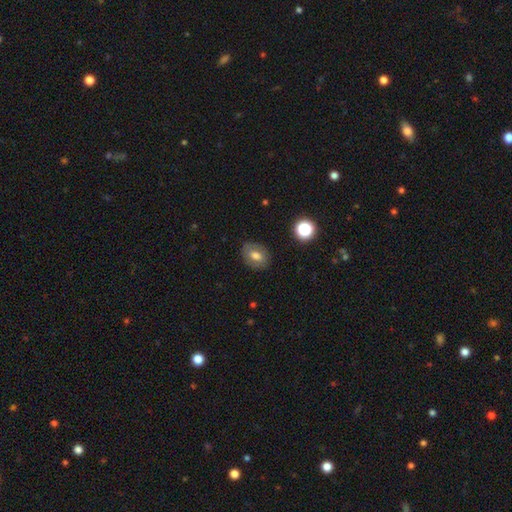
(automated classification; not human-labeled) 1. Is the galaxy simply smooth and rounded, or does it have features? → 68% smooth, 22% featured or disk, 10% star or artifact.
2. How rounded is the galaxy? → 66% in between, 33% round, 1% cigar-shaped.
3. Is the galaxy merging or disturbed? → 83% none, 12% minor disturbance, 4% major disturbance, 1% merger.